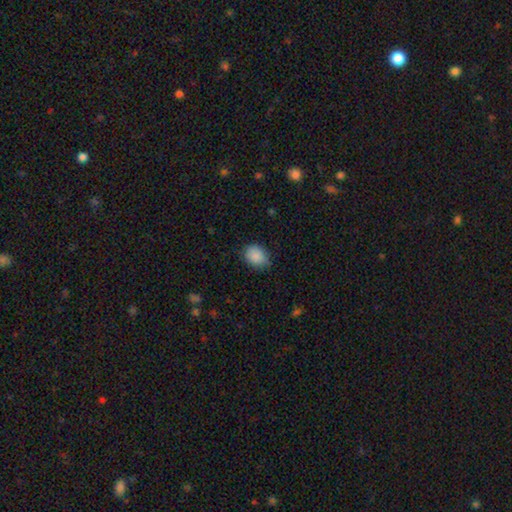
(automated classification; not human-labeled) This is clearly a smooth galaxy (88%). How rounded: possibly in between (56%). Merging: likely none (76%).